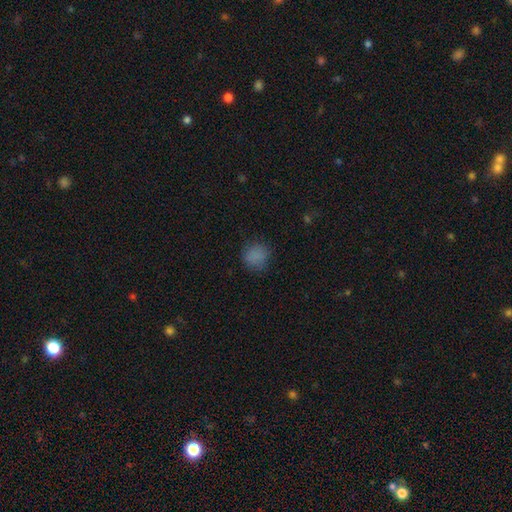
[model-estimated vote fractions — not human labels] Overall: smooth (81%). How rounded: round (86%). Merging: none (80%).